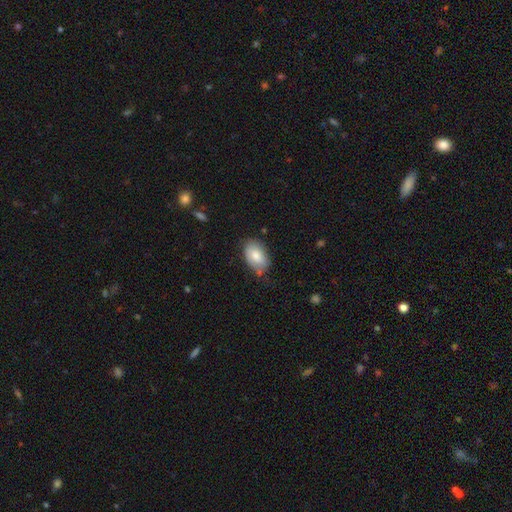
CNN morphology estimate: Smooth or featured: smooth — 78% (featured or disk — 15%)
How rounded: in between — 91% (round — 8%)
Merging: none — 67% (minor disturbance — 25%)